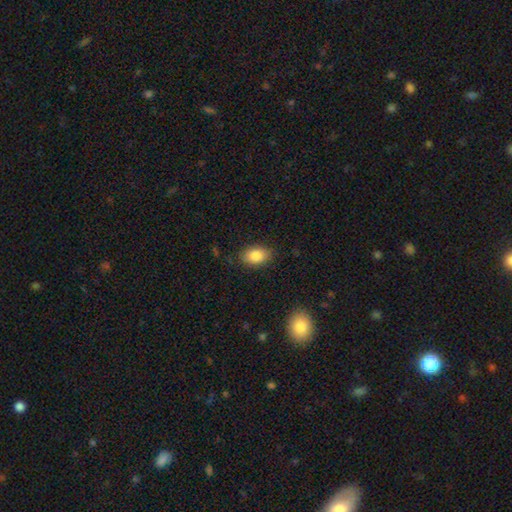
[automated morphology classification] The model was most divided on "merging": none: 84%, minor disturbance: 12%, major disturbance: 3%, merger: 1%. More confident: how rounded — in between (87%); smooth or featured — smooth (85%).